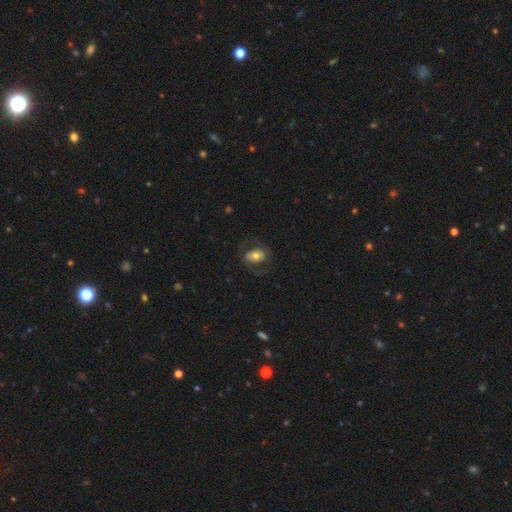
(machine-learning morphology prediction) Smooth or featured? Predicted: smooth (p=0.52). How rounded? Predicted: in between (p=0.79). Merging? Predicted: none (p=0.69).